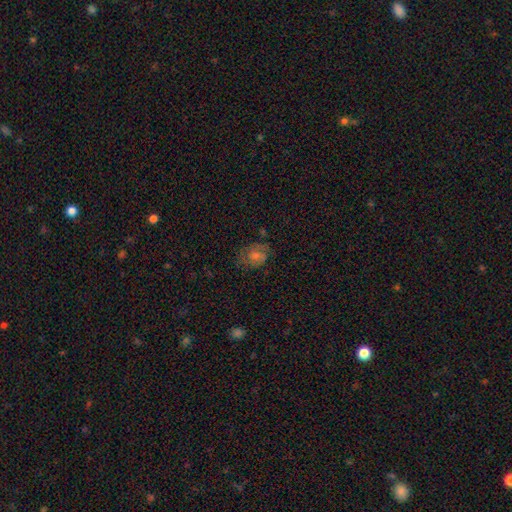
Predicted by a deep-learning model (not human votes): A smooth galaxy with no disk features (43%). Merging: none (71%).